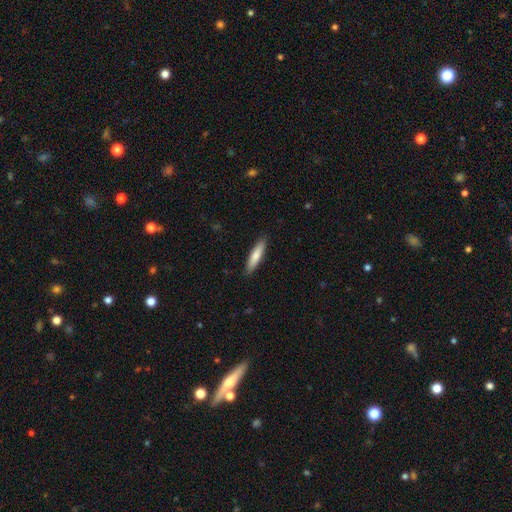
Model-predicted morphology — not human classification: Q: Smooth or featured?
A: smooth (77%); runner-up: featured or disk (18%)
Q: How rounded?
A: cigar-shaped (81%); runner-up: in between (18%)
Q: Merging?
A: none (89%); runner-up: minor disturbance (8%)